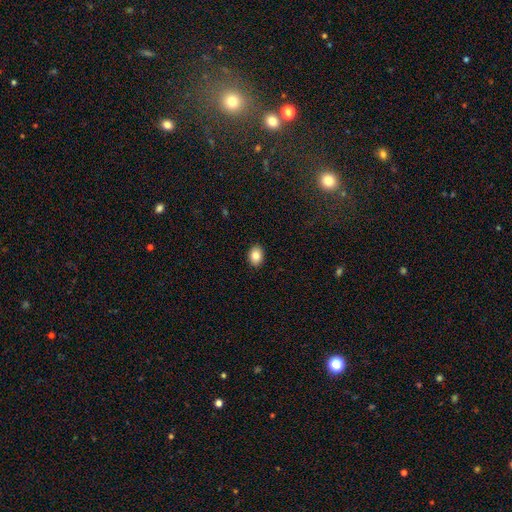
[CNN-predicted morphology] Smooth or featured? Predicted: smooth (p=0.85). How rounded? Predicted: in between (p=0.65). Merging? Predicted: none (p=0.91).